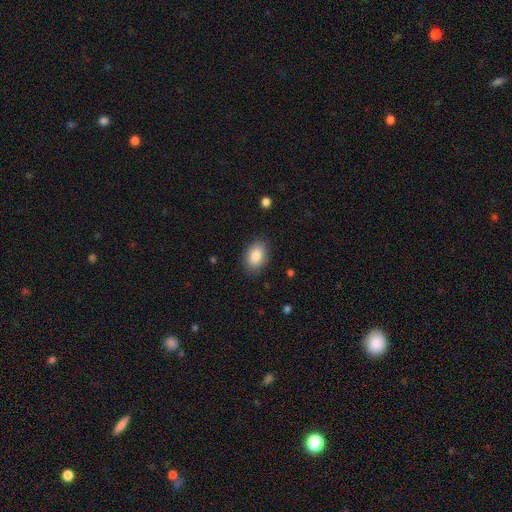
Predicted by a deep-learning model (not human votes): A smooth galaxy with no disk features (85%) that is in between round and cigar-shaped (85%).

Vote fractions:
- Smooth or featured? smooth: 85% / star or artifact: 8% / featured or disk: 7%
- How rounded? in between: 85% / round: 14% / cigar-shaped: 1%
- Merging? none: 86% / minor disturbance: 10% / major disturbance: 3% / merger: 1%